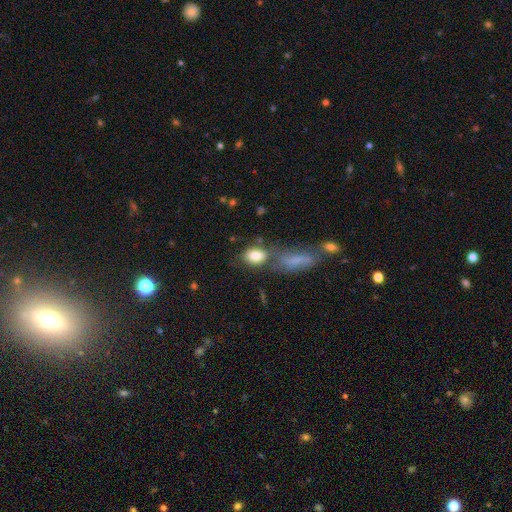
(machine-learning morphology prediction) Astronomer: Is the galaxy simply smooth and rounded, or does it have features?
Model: smooth — 82%.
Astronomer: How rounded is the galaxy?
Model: in between — 78%.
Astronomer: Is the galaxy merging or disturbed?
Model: none — 51% (runner-up: merger, 26%).